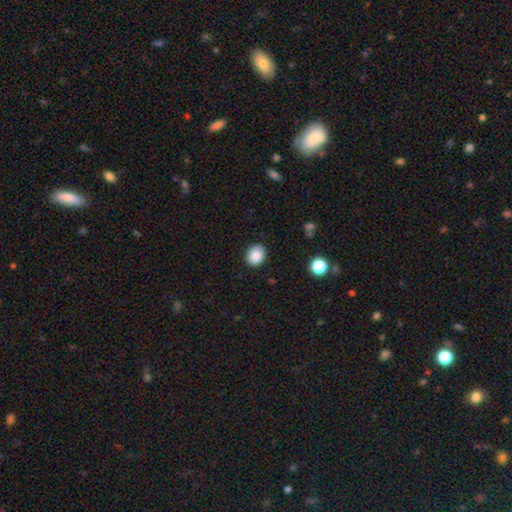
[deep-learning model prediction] Morphology: type=smooth (87%); roundness=round (52%); merging=none (89%).